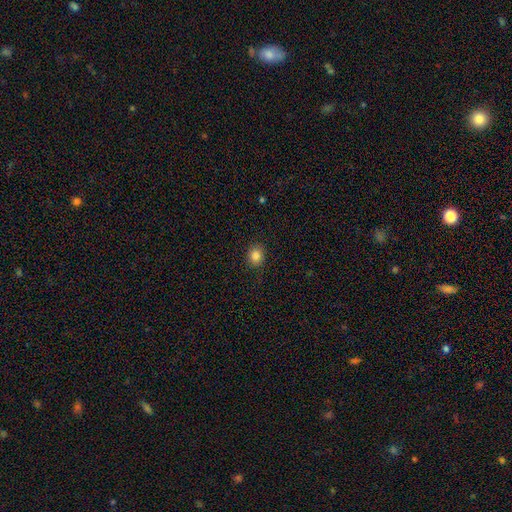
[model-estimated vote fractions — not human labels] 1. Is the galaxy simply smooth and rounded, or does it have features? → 84% smooth, 11% star or artifact, 5% featured or disk.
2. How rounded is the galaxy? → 65% round, 34% in between, 1% cigar-shaped.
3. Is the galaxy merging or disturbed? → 89% none, 8% minor disturbance, 2% major disturbance, 1% merger.